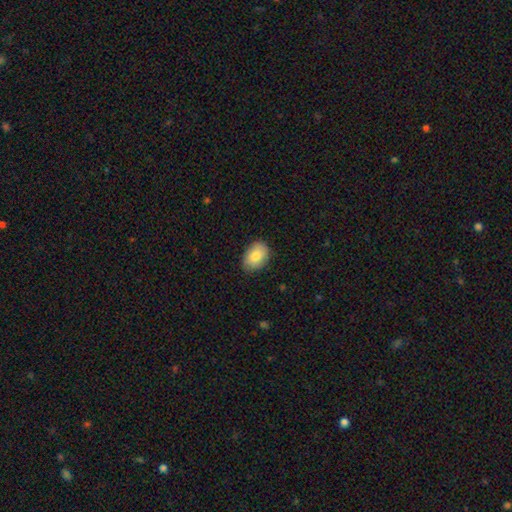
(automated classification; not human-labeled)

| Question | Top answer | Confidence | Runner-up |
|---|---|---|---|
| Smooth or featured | smooth | 83% | featured or disk (10%) |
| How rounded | in between | 79% | round (20%) |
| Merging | none | 83% | minor disturbance (14%) |